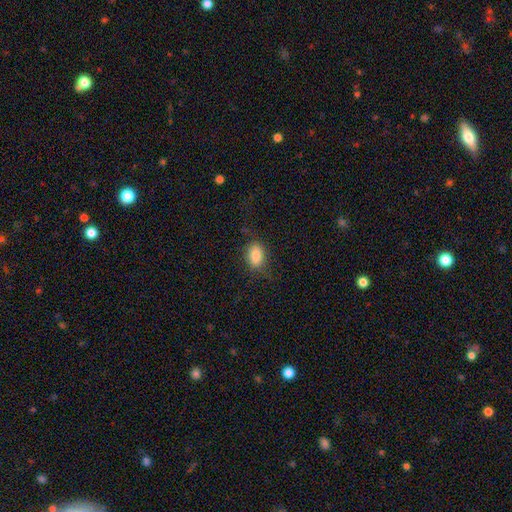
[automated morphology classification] Q: Smooth or featured?
A: smooth (84%); runner-up: star or artifact (9%)
Q: How rounded?
A: in between (83%); runner-up: round (15%)
Q: Merging?
A: none (73%); runner-up: minor disturbance (18%)